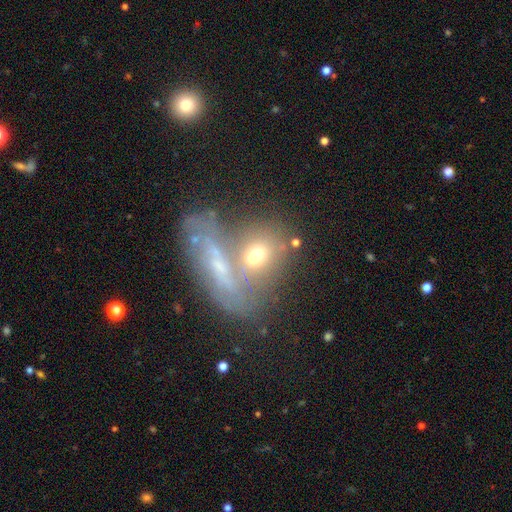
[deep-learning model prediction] The model was most divided on "merging": merger: 40%, none: 36%, minor disturbance: 14%, major disturbance: 10%. More confident: smooth or featured — smooth (54%); how rounded — in between (52%).